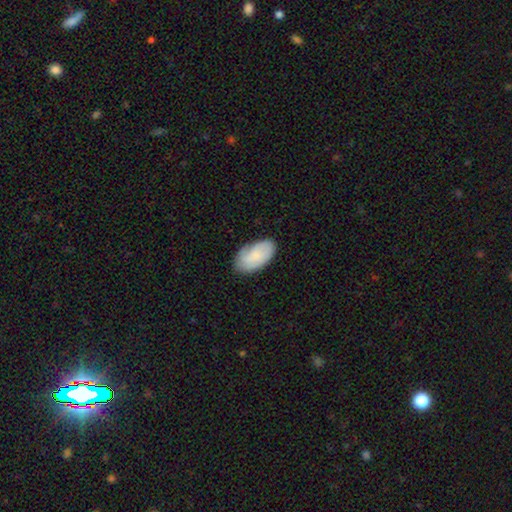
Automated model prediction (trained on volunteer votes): smooth-or-featured: smooth: 75% | featured or disk: 18% | star or artifact: 6%
  how-rounded: in between: 95% | round: 3% | cigar-shaped: 2%
  merging: none: 73% | minor disturbance: 21% | major disturbance: 5% | merger: 1%